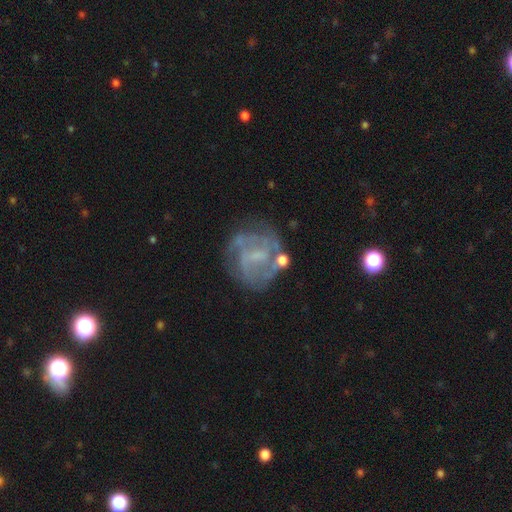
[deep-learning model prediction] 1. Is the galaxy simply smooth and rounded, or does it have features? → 74% featured or disk, 17% smooth, 9% star or artifact.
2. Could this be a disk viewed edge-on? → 98% no, 2% yes.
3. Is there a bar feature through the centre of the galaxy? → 50% weak, 34% no, 16% strong.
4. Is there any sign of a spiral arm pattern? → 73% yes, 27% no.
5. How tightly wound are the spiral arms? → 42% medium, 37% tight, 21% loose.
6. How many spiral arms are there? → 38% can't tell, 32% 2, 15% 3, 5% 1, 5% 4, 4% more than 4.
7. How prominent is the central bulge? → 41% none, 40% small, 16% moderate, 1% large, 1% dominant.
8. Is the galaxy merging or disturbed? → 60% none, 19% minor disturbance, 15% major disturbance, 7% merger.